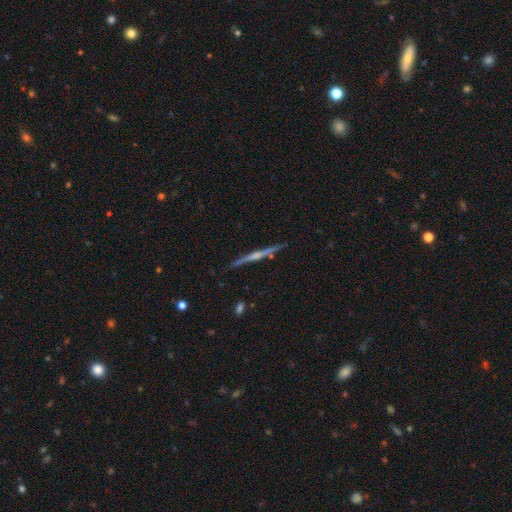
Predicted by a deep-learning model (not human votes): Morphology: type=featured or disk (78%); edge-on=yes (98%); edge-on bulge=rounded (67%); merging=none (89%).